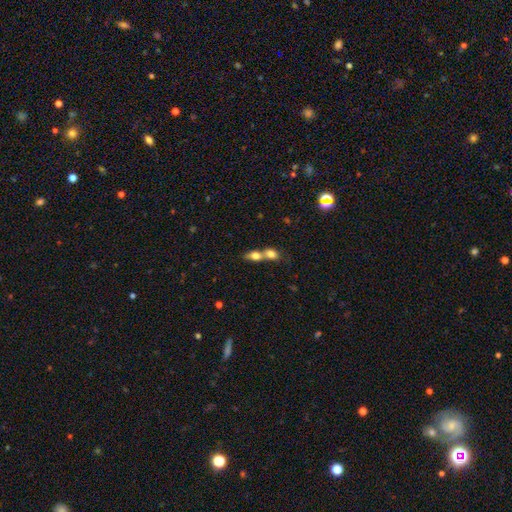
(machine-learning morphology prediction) This is likely a smooth galaxy (71%). How rounded: likely in between (63%). Merging: likely merger (75%).